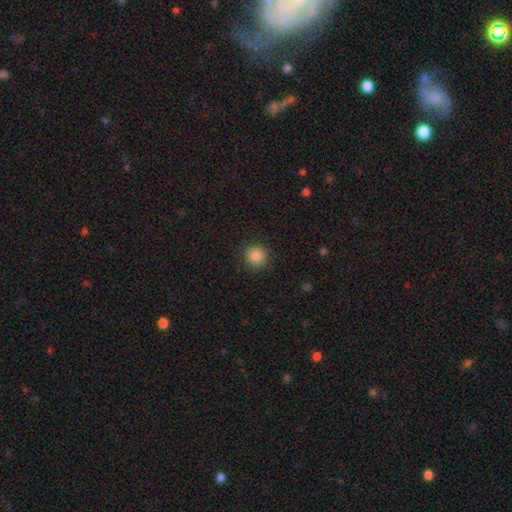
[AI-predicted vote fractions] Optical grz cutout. It shows a smooth galaxy with no disk features (85%) that is round (93%). Merging: none (89%).